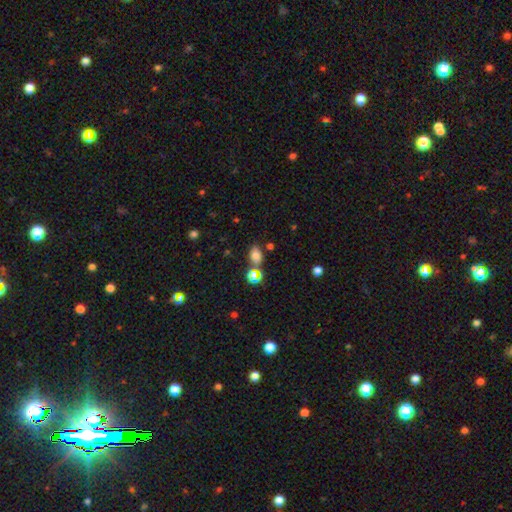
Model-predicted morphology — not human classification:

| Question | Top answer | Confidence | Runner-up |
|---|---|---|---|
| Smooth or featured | smooth | 71% | star or artifact (19%) |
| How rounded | in between | 79% | round (19%) |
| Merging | none | 65% | merger (16%) |